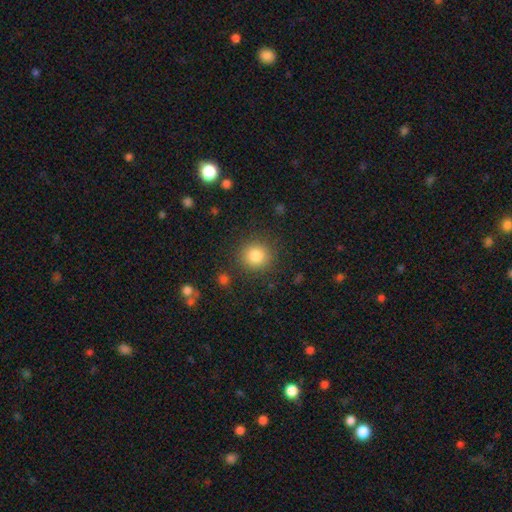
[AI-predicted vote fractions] A smooth galaxy with no disk features (83%) that is round (90%).

Vote fractions:
- Smooth or featured? smooth: 83% / star or artifact: 11% / featured or disk: 6%
- How rounded? round: 90% / in between: 9% / cigar-shaped: 1%
- Merging? none: 87% / minor disturbance: 8% / major disturbance: 3% / merger: 2%